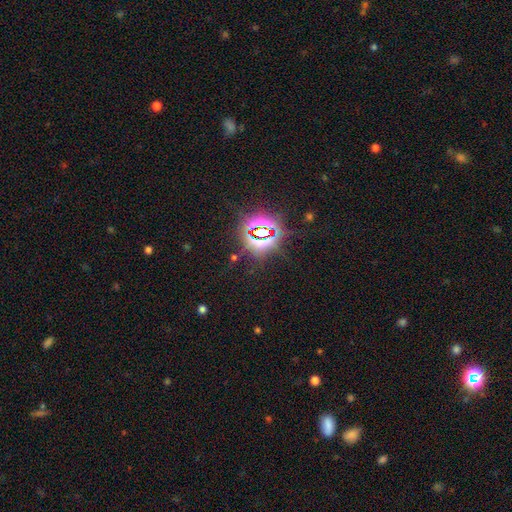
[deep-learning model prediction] Smooth or featured?
  - star or artifact: 83% *
  - smooth: 10%
  - featured or disk: 7%